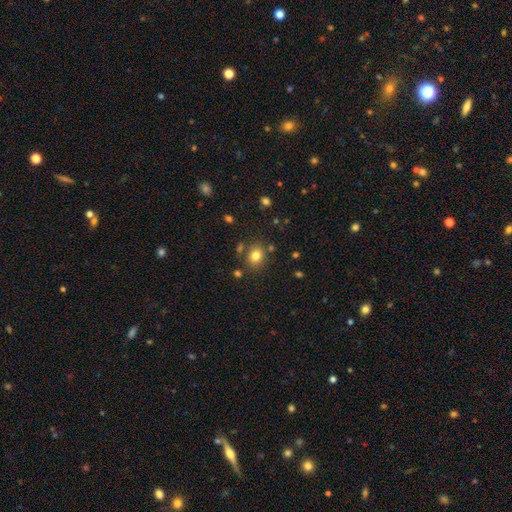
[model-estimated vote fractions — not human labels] Smooth or featured?
  - smooth: 79% *
  - star or artifact: 12%
  - featured or disk: 8%
How rounded?
  - round: 62% *
  - in between: 37%
  - cigar-shaped: 1%
Merging?
  - none: 78% *
  - minor disturbance: 11%
  - merger: 7%
  - major disturbance: 4%